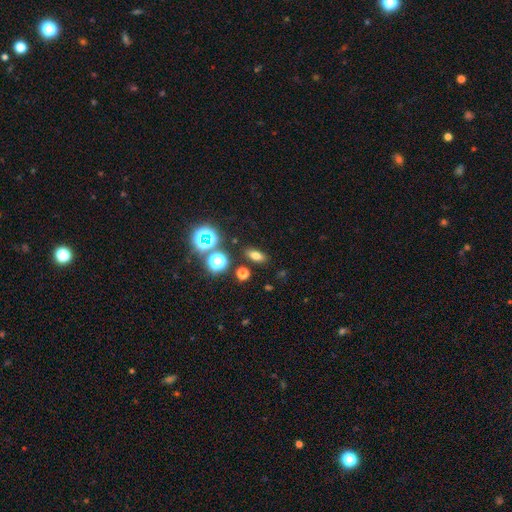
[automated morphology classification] A smooth galaxy with no disk features (66%) that is in between round and cigar-shaped (71%). Merging: none (86%).